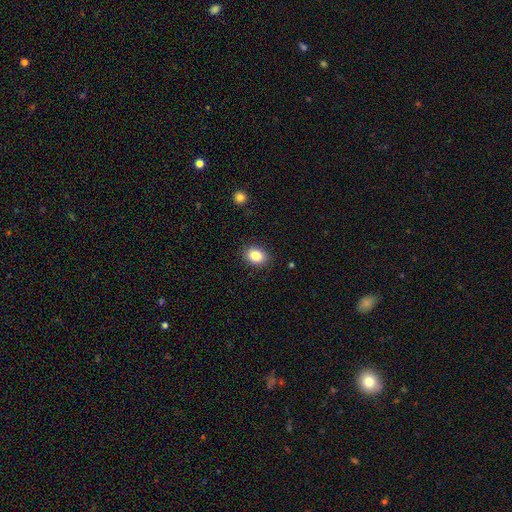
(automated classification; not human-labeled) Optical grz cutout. It shows a smooth galaxy with no disk features (86%) that is in between round and cigar-shaped (64%). Merging: none (88%).